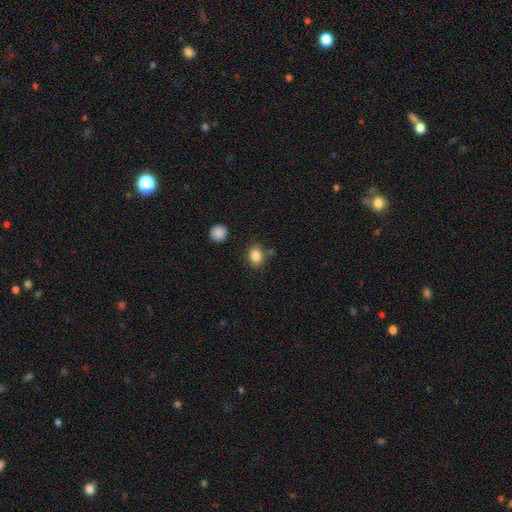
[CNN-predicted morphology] smooth-or-featured: smooth: 85% | star or artifact: 10% | featured or disk: 5%
  how-rounded: in between: 58% | round: 41% | cigar-shaped: 1%
  merging: none: 78% | minor disturbance: 13% | merger: 5% | major disturbance: 3%